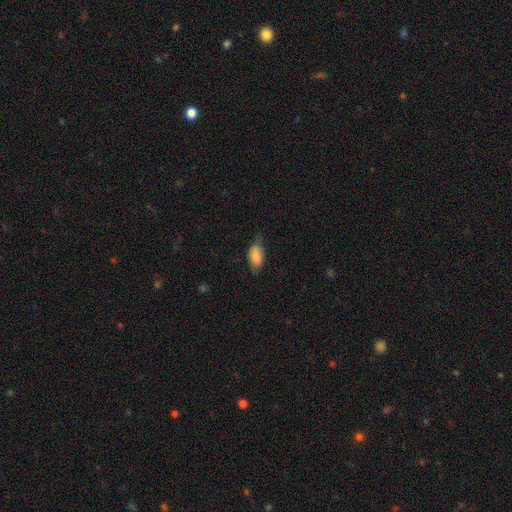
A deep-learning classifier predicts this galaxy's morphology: Smooth or featured: smooth — 81% (featured or disk — 12%)
How rounded: in between — 90% (cigar-shaped — 6%)
Merging: none — 61% (minor disturbance — 30%)